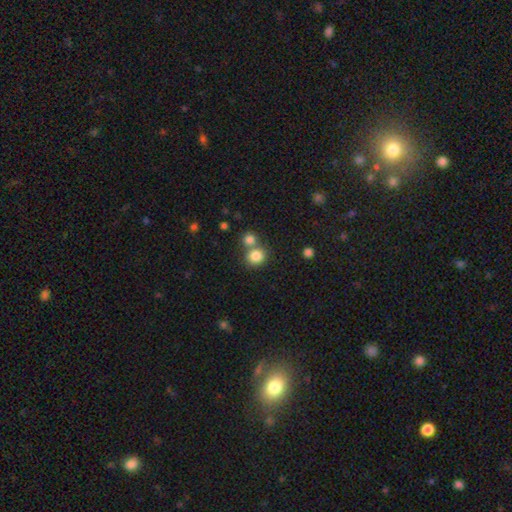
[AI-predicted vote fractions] This appears to be a smooth galaxy with no disk features (83%) that is round (82%). Merging: none (56%).